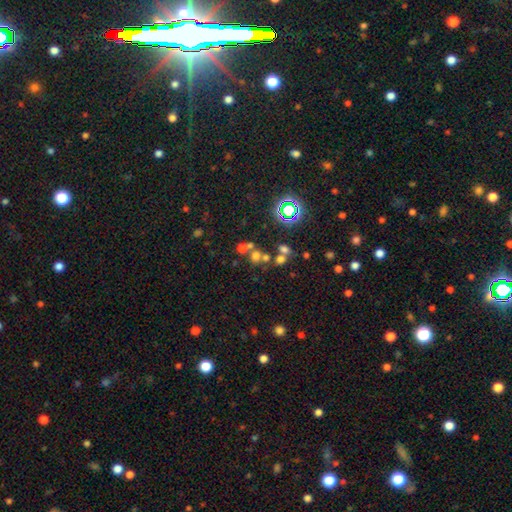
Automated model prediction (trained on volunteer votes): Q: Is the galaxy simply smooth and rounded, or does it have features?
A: smooth — 52%.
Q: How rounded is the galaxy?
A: round — 83%.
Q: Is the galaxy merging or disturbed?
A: none — 52%.